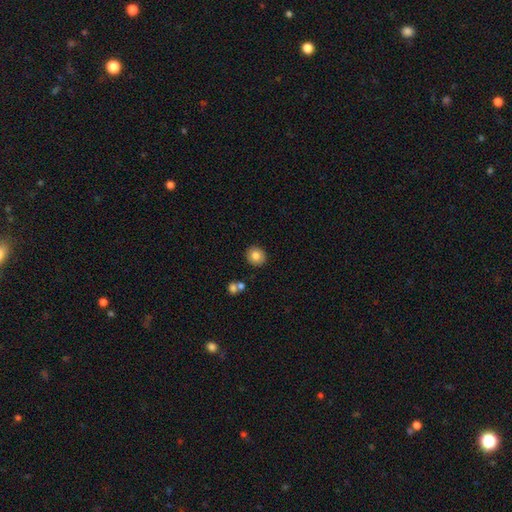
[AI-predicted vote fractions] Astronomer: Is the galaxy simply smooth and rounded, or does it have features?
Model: smooth — 83%.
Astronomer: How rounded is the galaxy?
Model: round — 88%.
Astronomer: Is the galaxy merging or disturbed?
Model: none — 88%.